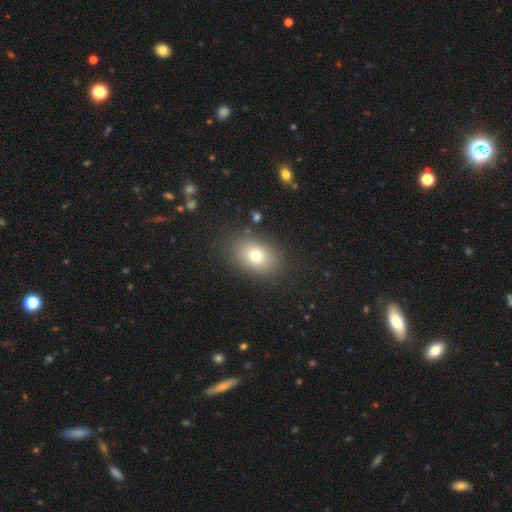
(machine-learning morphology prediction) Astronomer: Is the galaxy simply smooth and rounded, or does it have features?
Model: smooth — 75%.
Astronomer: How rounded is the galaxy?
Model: in between — 78%.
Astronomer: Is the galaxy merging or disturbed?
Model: none — 86%.